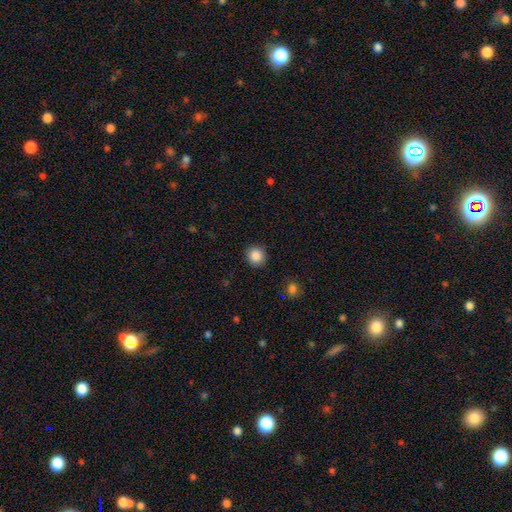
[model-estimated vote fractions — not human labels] Smooth or featured: smooth — 87% (star or artifact — 9%)
How rounded: round — 92% (in between — 7%)
Merging: none — 90% (minor disturbance — 6%)